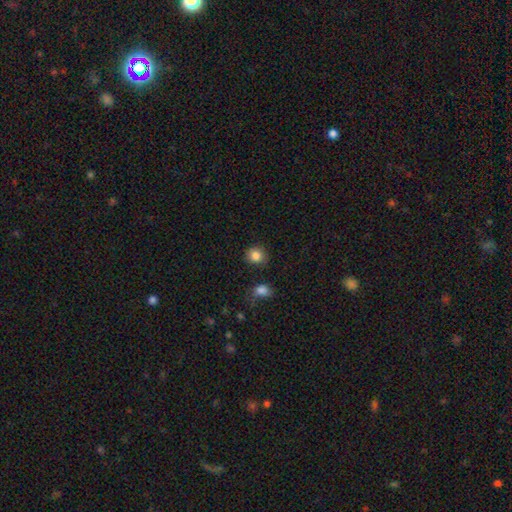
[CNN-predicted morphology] smooth 85%, star or artifact 10%, featured or disk 5%. Down the decision tree: how rounded — round (82%); merging — none (82%).